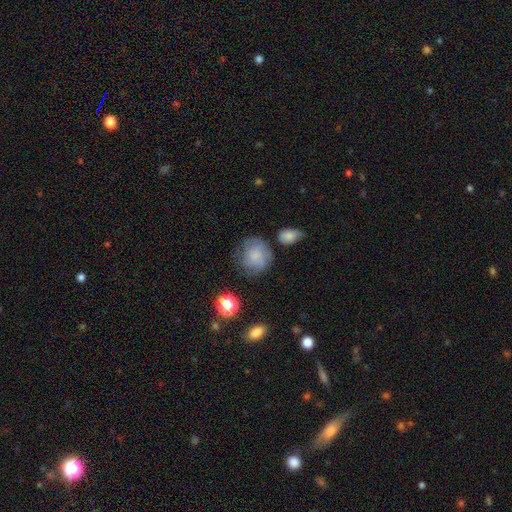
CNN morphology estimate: The model was most divided on "merging": none: 61%, minor disturbance: 23%, major disturbance: 11%, merger: 5%. More confident: how rounded — round (81%); smooth or featured — smooth (71%).